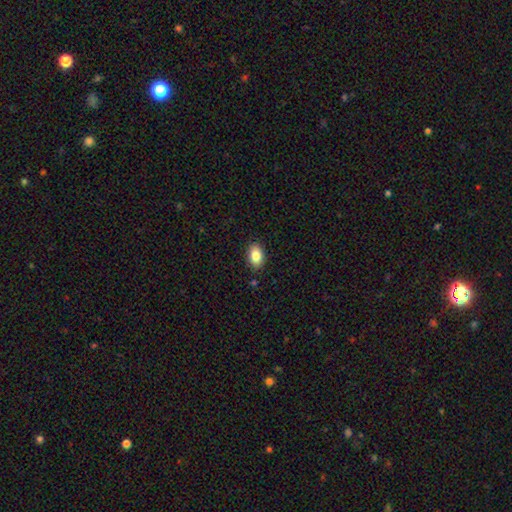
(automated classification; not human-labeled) A smooth galaxy with no disk features (85%) that is in between round and cigar-shaped (87%). Merging: none (88%).